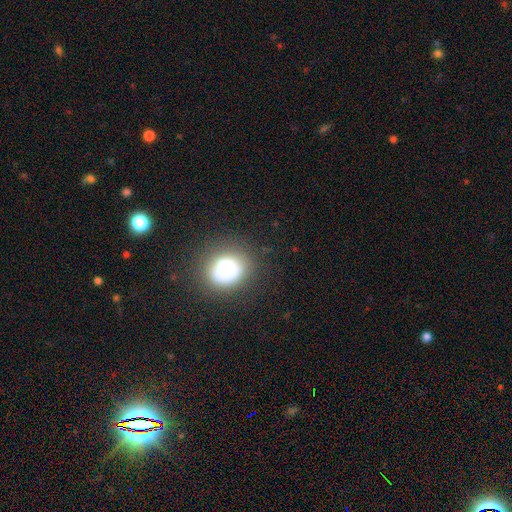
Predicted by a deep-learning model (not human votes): This appears to be a smooth galaxy with no disk features (68%) that is round (72%). Merging: none (85%).